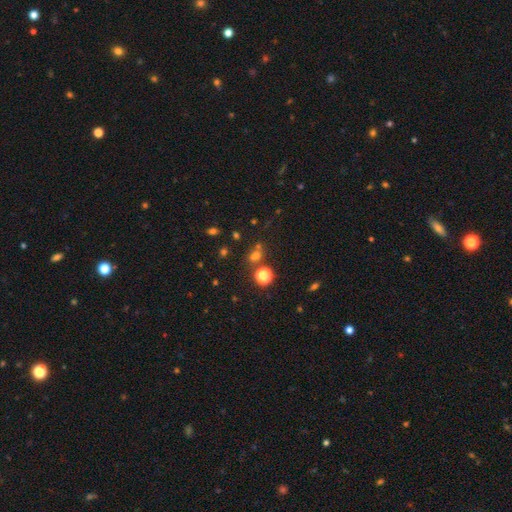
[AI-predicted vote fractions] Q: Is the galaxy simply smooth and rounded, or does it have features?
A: smooth — 56%.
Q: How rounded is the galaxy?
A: round — 73%.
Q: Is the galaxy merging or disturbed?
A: none — 69%.